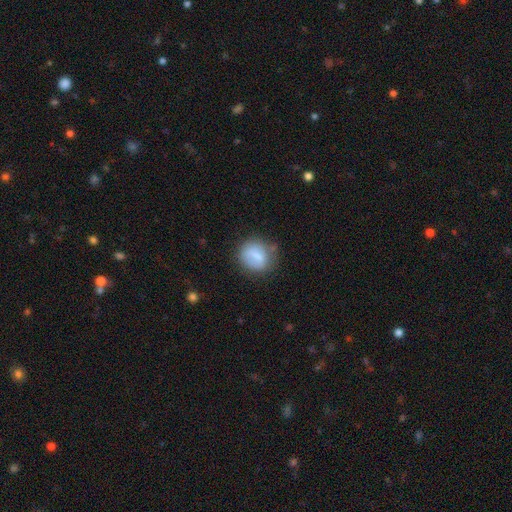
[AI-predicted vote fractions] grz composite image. It shows a smooth galaxy with no disk features (68%) that is round (70%). Merging: none (67%).